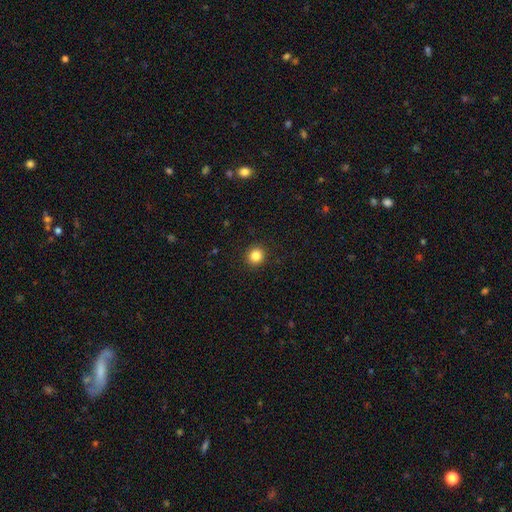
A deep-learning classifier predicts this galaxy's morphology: This is clearly a smooth galaxy (84%). How rounded: clearly round (89%). Merging: clearly none (92%).